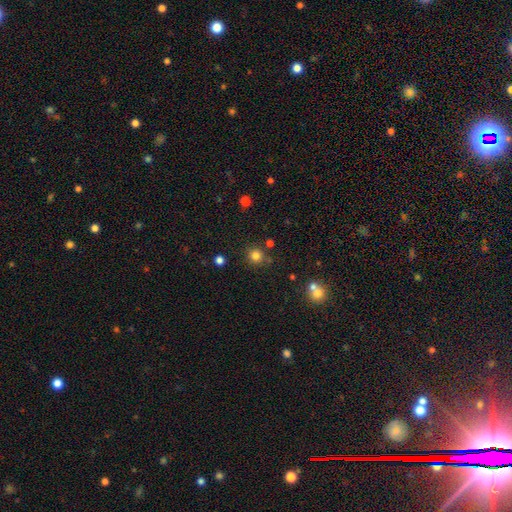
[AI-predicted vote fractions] The model was most divided on "smooth or featured": smooth: 80%, star or artifact: 15%, featured or disk: 5%. More confident: how rounded — round (93%); merging — none (81%).